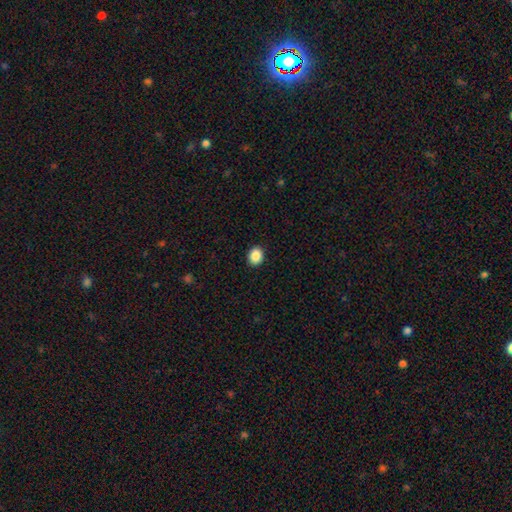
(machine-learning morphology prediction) This is clearly a smooth galaxy (88%). How rounded: possibly round (54%). Merging: clearly none (91%).